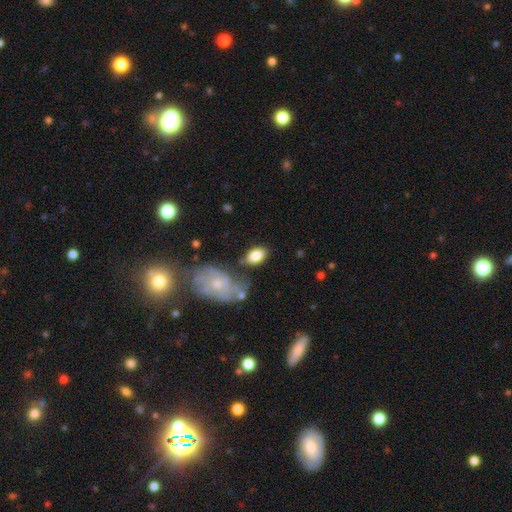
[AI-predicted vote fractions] Q: Smooth or featured?
A: smooth (80%); runner-up: featured or disk (13%)
Q: How rounded?
A: in between (89%); runner-up: round (9%)
Q: Merging?
A: none (66%); runner-up: minor disturbance (18%)